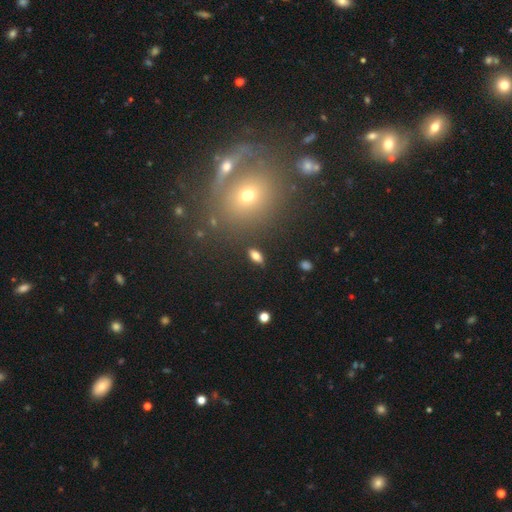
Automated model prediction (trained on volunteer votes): Q: Smooth or featured?
A: smooth (78%); runner-up: star or artifact (11%)
Q: How rounded?
A: in between (86%); runner-up: cigar-shaped (8%)
Q: Merging?
A: none (87%); runner-up: minor disturbance (8%)